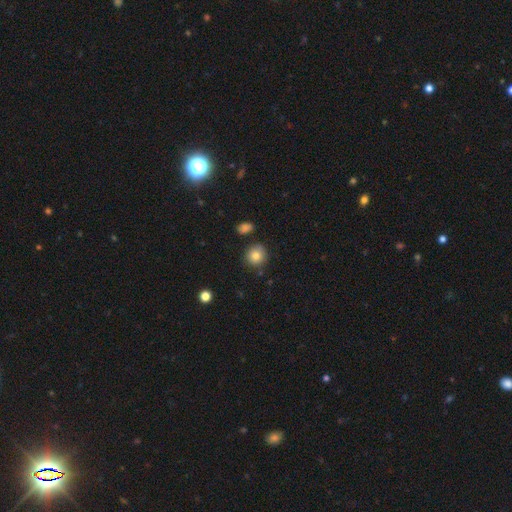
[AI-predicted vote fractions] Overall: smooth (81%). How rounded: round (92%). Merging: none (84%).